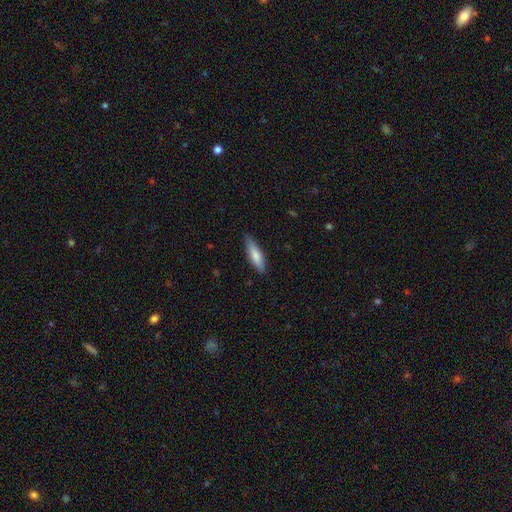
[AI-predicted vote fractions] Smooth or featured: smooth — 78% (featured or disk — 16%)
How rounded: cigar-shaped — 63% (in between — 36%)
Merging: none — 80% (minor disturbance — 16%)